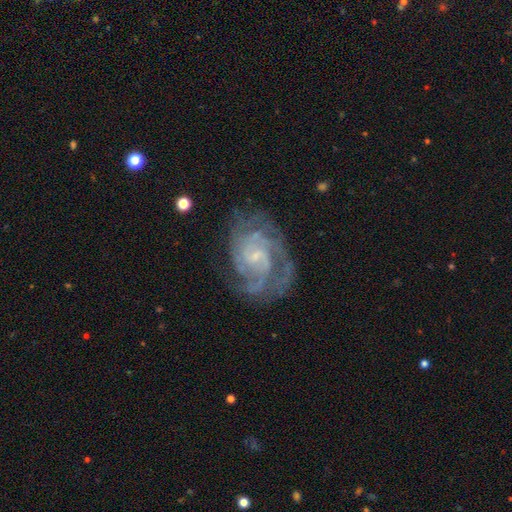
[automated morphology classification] Smooth or featured?
  - featured or disk: 88% *
  - smooth: 6%
  - star or artifact: 6%
Edge-on disk?
  - no: 98% *
  - yes: 2%
Bar?
  - no: 47% *
  - weak: 45%
  - strong: 8%
Spiral arms?
  - yes: 96% *
  - no: 4%
Spiral winding?
  - tight: 55% *
  - medium: 37%
  - loose: 8%
Spiral arm count?
  - 2: 29% *
  - can't tell: 26%
  - 3: 23%
  - 4: 9%
  - 1: 6%
  - more than 4: 6%
Bulge size?
  - small: 67% *
  - moderate: 18%
  - none: 13%
  - large: 1%
  - dominant: 1%
Merging?
  - none: 67% *
  - minor disturbance: 18%
  - major disturbance: 13%
  - merger: 2%